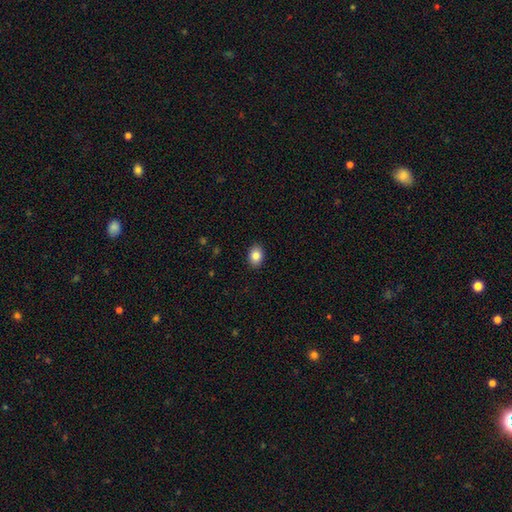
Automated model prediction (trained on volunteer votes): Smooth or featured? smooth (85%)
How rounded? in between (65%)
Merging? none (91%)